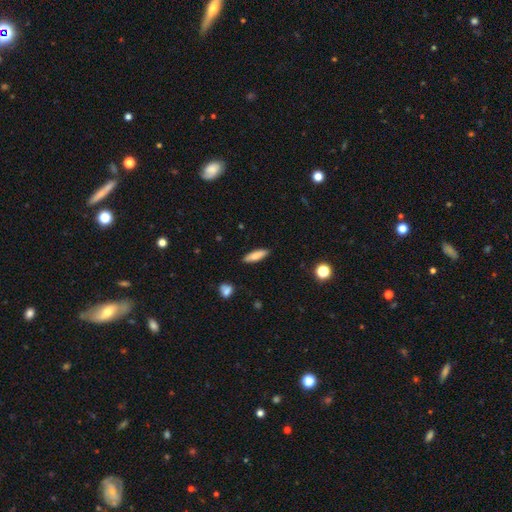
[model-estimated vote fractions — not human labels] Smooth or featured: smooth — 77% (featured or disk — 16%)
How rounded: cigar-shaped — 58% (in between — 40%)
Merging: none — 86% (minor disturbance — 10%)